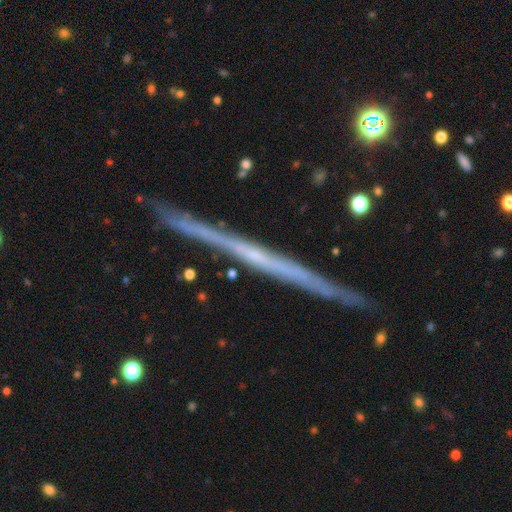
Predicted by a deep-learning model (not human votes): A featured or disk galaxy (71%) viewed edge-on (98%) with no central bulge (89%).

Vote fractions:
- Smooth or featured? featured or disk: 71% / smooth: 21% / star or artifact: 8%
- Edge-on disk? yes: 98% / no: 2%
- Edge-on bulge? none: 89% / rounded: 8% / boxy: 3%
- Merging? none: 91% / minor disturbance: 6% / merger: 1% / major disturbance: 1%